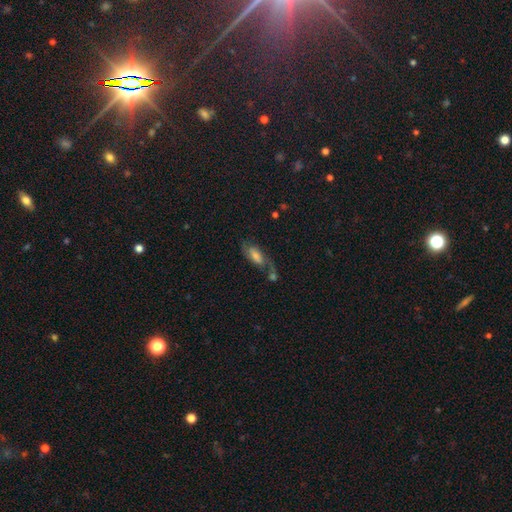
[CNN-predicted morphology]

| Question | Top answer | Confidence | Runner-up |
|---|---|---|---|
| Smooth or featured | featured or disk | 50% | smooth (37%) |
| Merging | none | 45% | merger (21%) |